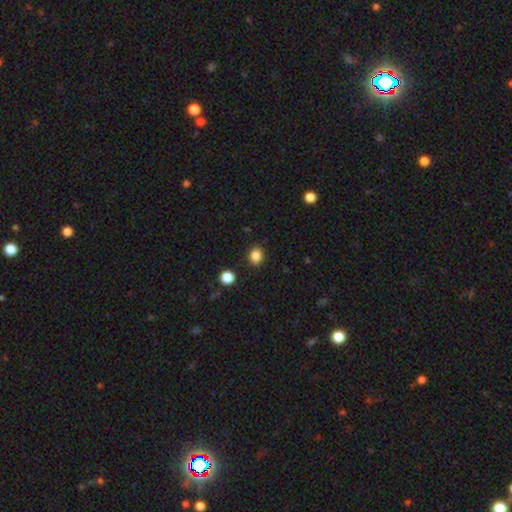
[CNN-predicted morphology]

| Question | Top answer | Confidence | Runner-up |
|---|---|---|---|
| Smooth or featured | smooth | 85% | star or artifact (11%) |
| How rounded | round | 67% | in between (32%) |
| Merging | none | 88% | minor disturbance (8%) |